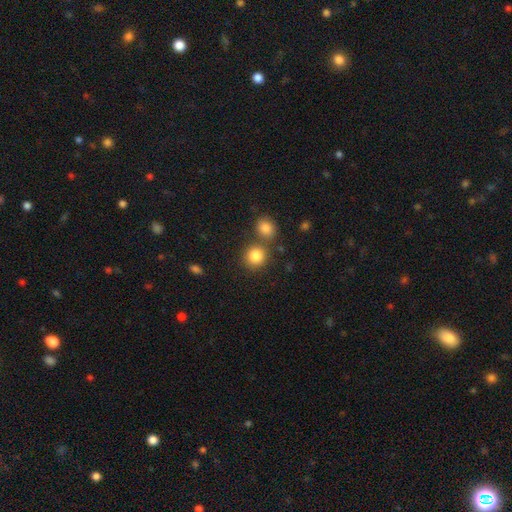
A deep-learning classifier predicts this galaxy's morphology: Smooth or featured?
  - smooth: 85% *
  - star or artifact: 10%
  - featured or disk: 6%
How rounded?
  - round: 87% *
  - in between: 13%
  - cigar-shaped: 1%
Merging?
  - none: 67% *
  - merger: 22%
  - minor disturbance: 8%
  - major disturbance: 3%